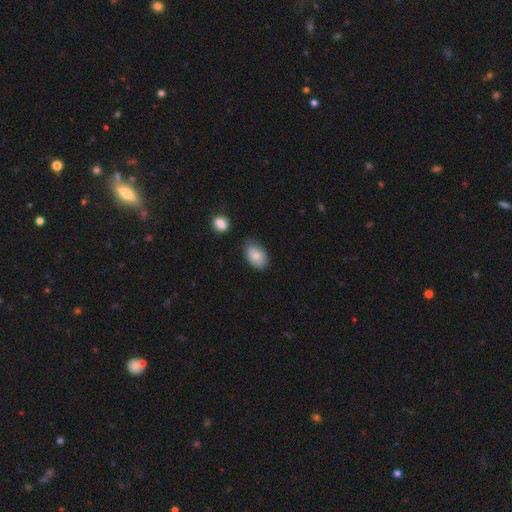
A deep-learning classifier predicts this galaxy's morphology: Smooth or featured?
  - smooth: 84% *
  - featured or disk: 9%
  - star or artifact: 7%
How rounded?
  - in between: 88% *
  - round: 10%
  - cigar-shaped: 1%
Merging?
  - none: 68% *
  - minor disturbance: 24%
  - major disturbance: 4%
  - merger: 4%